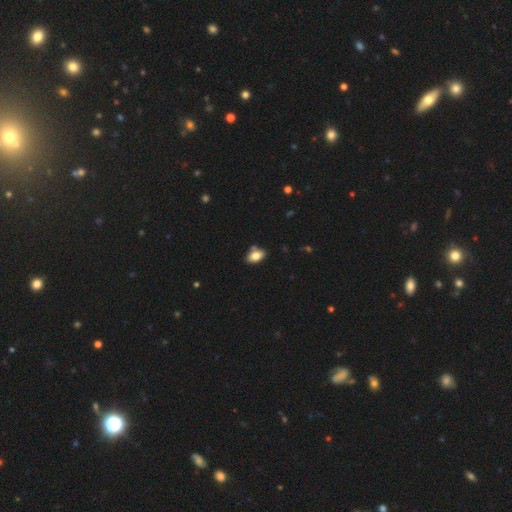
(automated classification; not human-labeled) Q: Smooth or featured?
A: smooth (82%); runner-up: featured or disk (10%)
Q: How rounded?
A: in between (90%); runner-up: round (8%)
Q: Merging?
A: none (71%); runner-up: minor disturbance (15%)